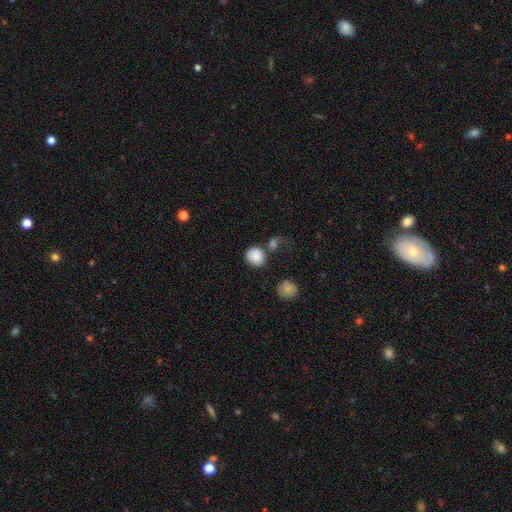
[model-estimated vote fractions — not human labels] Overall: smooth (84%). How rounded: round (76%). Merging: none (63%).